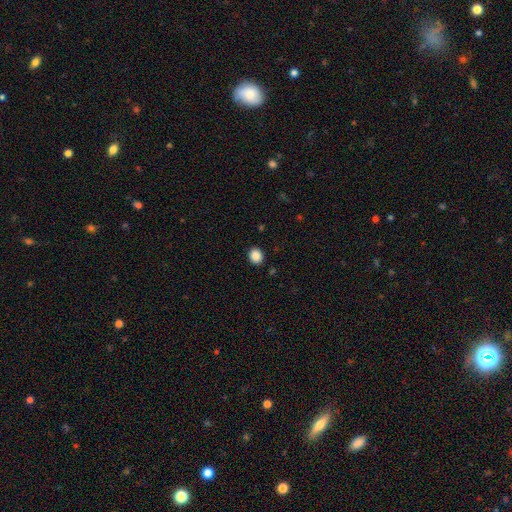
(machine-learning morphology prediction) This appears to be a smooth galaxy with no disk features (88%) that is round (69%). Merging: none (91%).